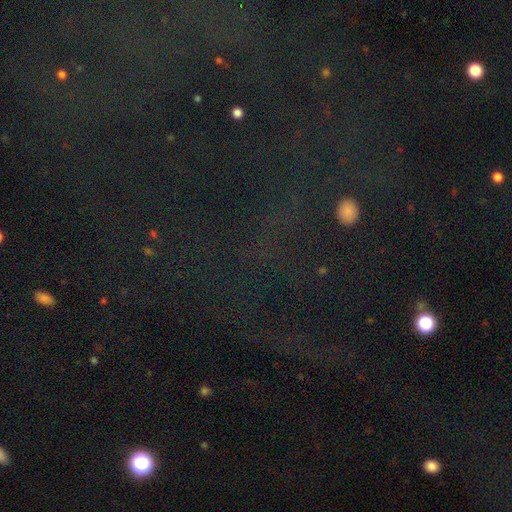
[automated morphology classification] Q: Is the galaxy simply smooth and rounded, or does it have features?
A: star or artifact — 75%.